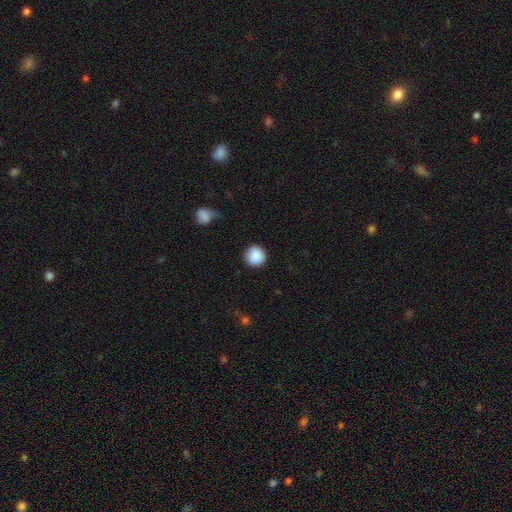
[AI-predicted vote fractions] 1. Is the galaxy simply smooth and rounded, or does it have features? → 89% smooth, 8% star or artifact, 3% featured or disk.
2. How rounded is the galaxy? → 94% round, 5% in between, 1% cigar-shaped.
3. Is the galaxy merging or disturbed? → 86% none, 9% minor disturbance, 3% major disturbance, 1% merger.